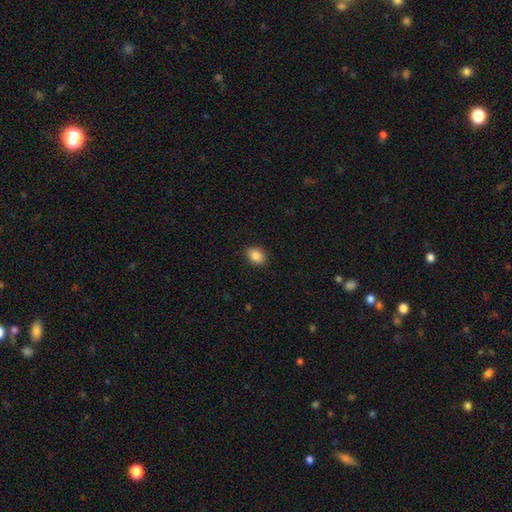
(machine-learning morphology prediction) Smooth or featured: smooth — 86% (star or artifact — 9%)
How rounded: in between — 72% (round — 27%)
Merging: none — 89% (minor disturbance — 8%)